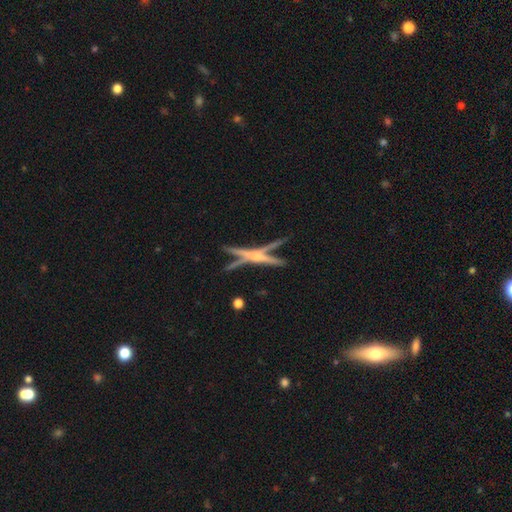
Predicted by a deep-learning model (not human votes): A featured or disk galaxy (77%) viewed edge-on (92%) with a rounded central bulge (66%). Merging: none (62%).